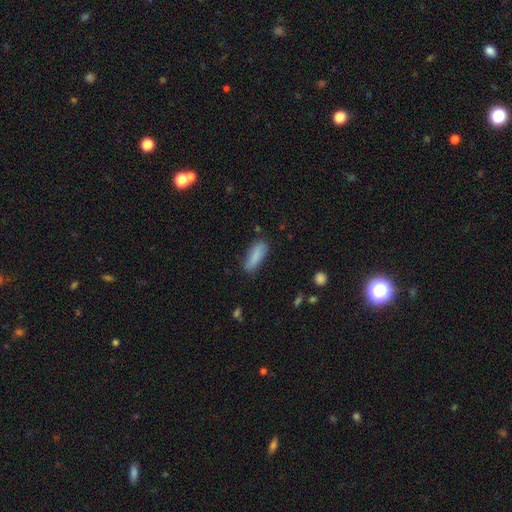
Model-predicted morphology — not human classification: This appears to be a smooth galaxy with no disk features (85%) that is in between round and cigar-shaped (52%). Merging: none (77%).